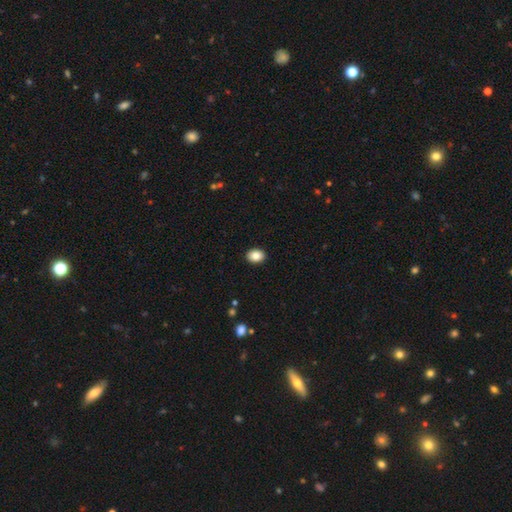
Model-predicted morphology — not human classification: Smooth or featured?
  - smooth: 86% *
  - star or artifact: 8%
  - featured or disk: 6%
How rounded?
  - in between: 67% *
  - round: 32%
  - cigar-shaped: 1%
Merging?
  - none: 91% *
  - minor disturbance: 6%
  - major disturbance: 2%
  - merger: 1%